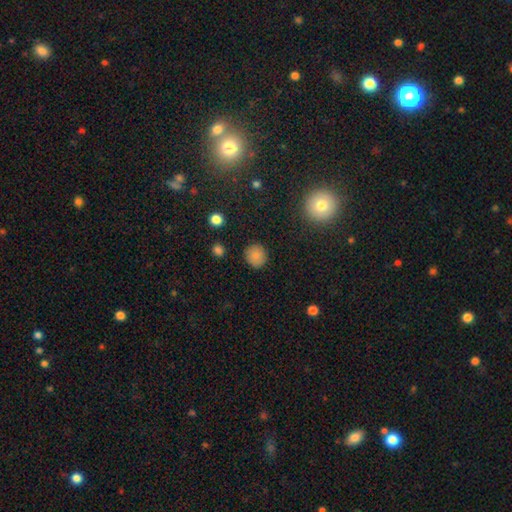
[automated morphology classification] Smooth or featured? smooth (83%)
How rounded? round (88%)
Merging? none (88%)